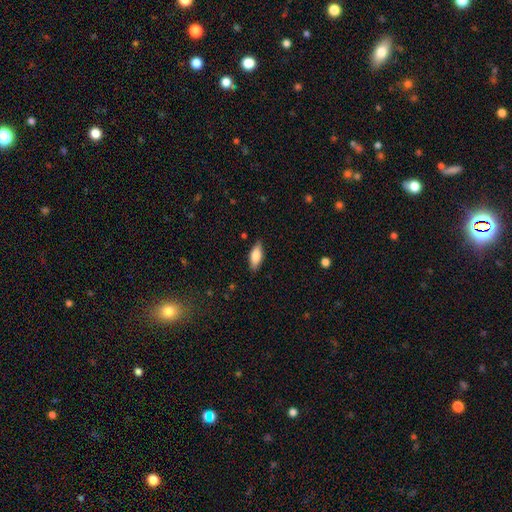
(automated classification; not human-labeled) A smooth galaxy with no disk features (80%) that is in between round and cigar-shaped (77%). Merging: none (84%).